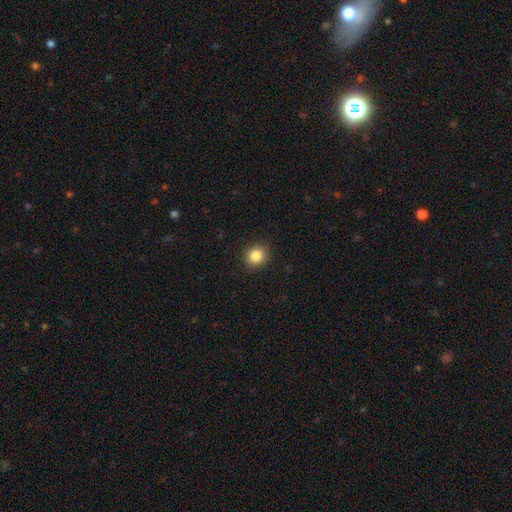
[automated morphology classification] smooth 85%, star or artifact 10%, featured or disk 5%. Down the decision tree: how rounded — round (80%); merging — none (91%).